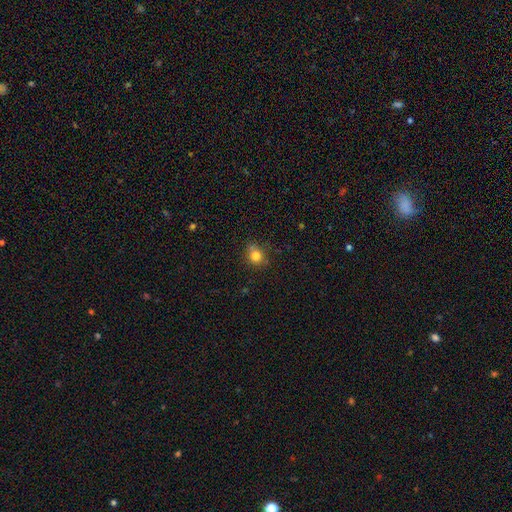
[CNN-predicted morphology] A smooth galaxy with no disk features (80%) that is round (73%). Merging: none (74%).